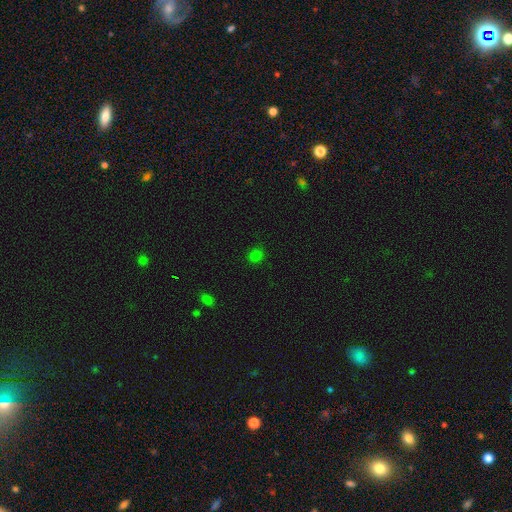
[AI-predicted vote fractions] The model was most divided on "how rounded": round: 75%, in between: 24%, cigar-shaped: 1%. More confident: merging — none (87%); smooth or featured — smooth (77%).